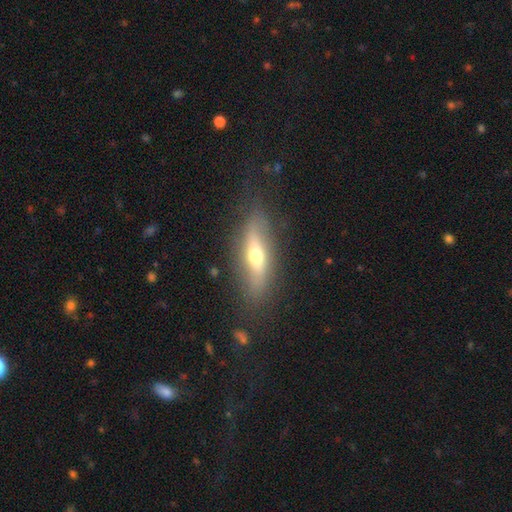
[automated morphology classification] type=smooth (47%); merging=none (79%).